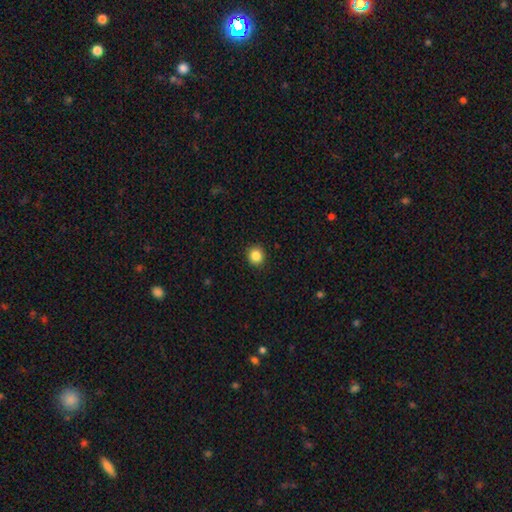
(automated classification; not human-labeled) This appears to be a smooth galaxy with no disk features (86%) that is round (89%). Merging: none (92%).